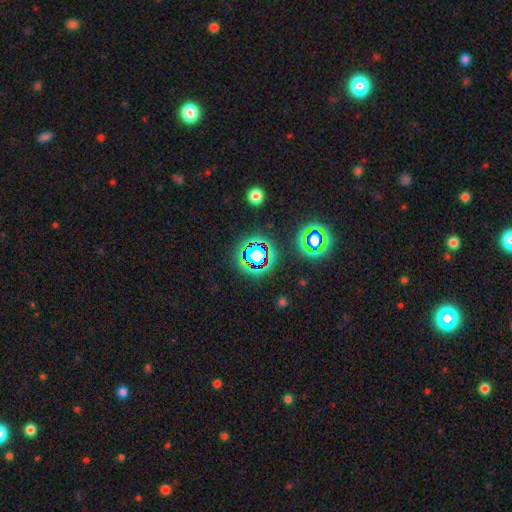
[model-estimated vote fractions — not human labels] Smooth or featured? Predicted: star or artifact (p=0.65).